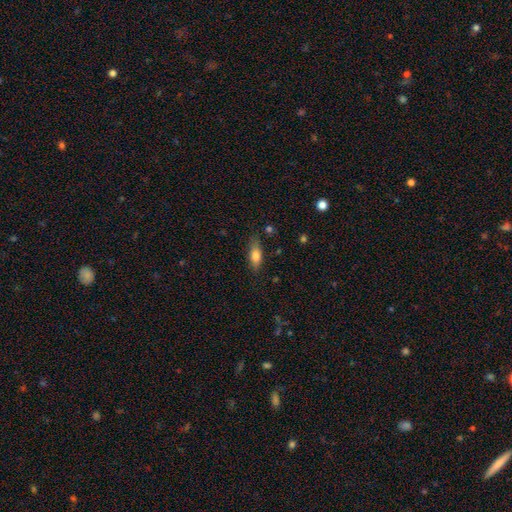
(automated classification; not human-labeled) A smooth galaxy with no disk features (74%) that is in between round and cigar-shaped (68%). Merging: none (77%).